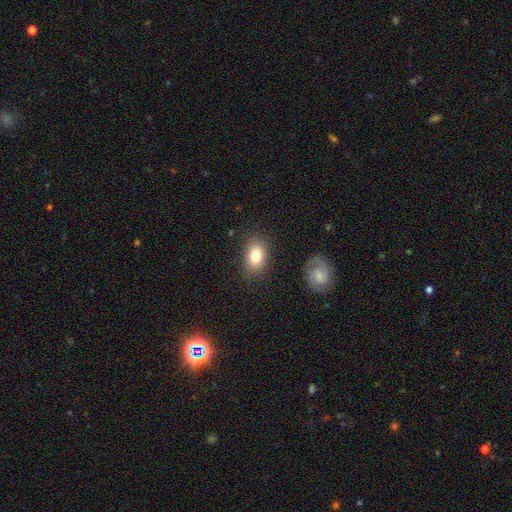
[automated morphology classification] Q: Smooth or featured?
A: smooth (78%); runner-up: featured or disk (14%)
Q: How rounded?
A: in between (82%); runner-up: round (16%)
Q: Merging?
A: none (81%); runner-up: minor disturbance (13%)